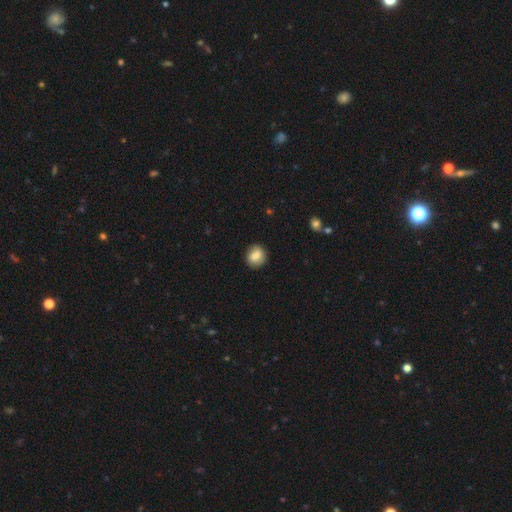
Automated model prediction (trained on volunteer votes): The model was most divided on "how rounded": round: 73%, in between: 26%, cigar-shaped: 1%. More confident: merging — none (85%); smooth or featured — smooth (82%).